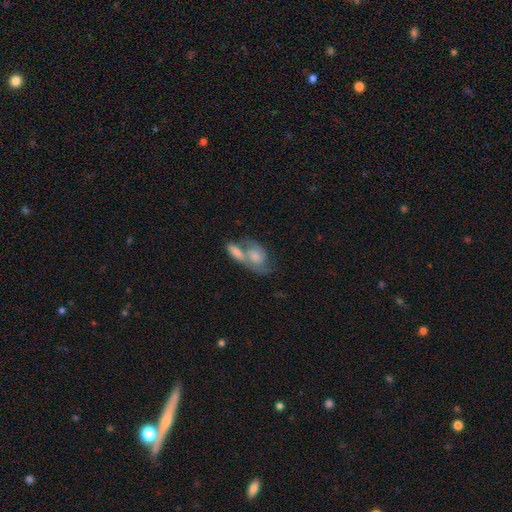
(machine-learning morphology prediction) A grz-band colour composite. It shows a featured or disk galaxy (47%). Merging: merger (66%).